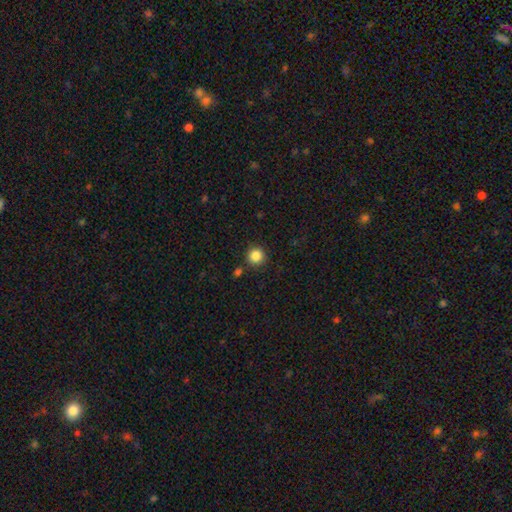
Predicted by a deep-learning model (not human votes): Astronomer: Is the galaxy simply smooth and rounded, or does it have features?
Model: smooth — 86%.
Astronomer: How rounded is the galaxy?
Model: round — 94%.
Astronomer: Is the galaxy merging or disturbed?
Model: none — 87%.